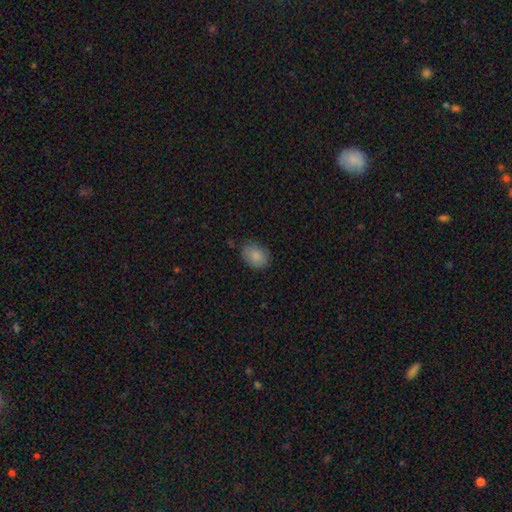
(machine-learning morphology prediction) smooth-or-featured: smooth: 86% | star or artifact: 7% | featured or disk: 6%
  how-rounded: in between: 70% | round: 29% | cigar-shaped: 1%
  merging: none: 79% | minor disturbance: 16% | major disturbance: 3% | merger: 1%